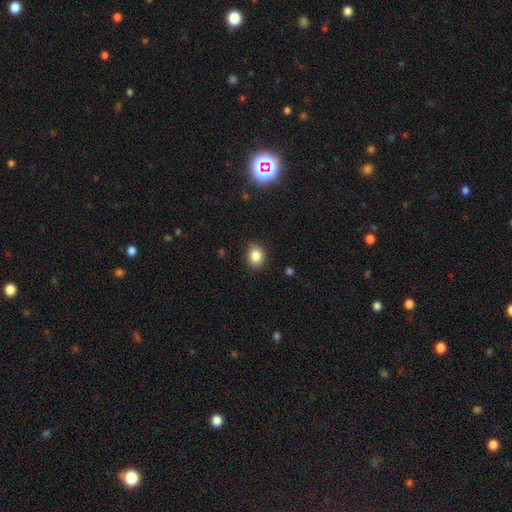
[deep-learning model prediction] Smooth or featured? smooth (84%)
How rounded? in between (53%)
Merging? none (88%)